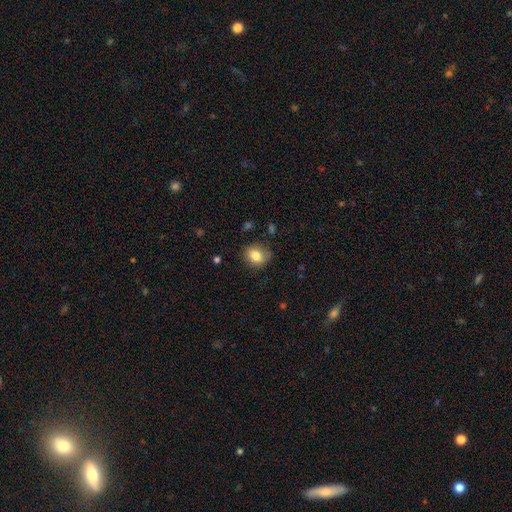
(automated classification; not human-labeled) Overall: smooth (81%). How rounded: round (64%; in between 35%). Merging: none (78%).